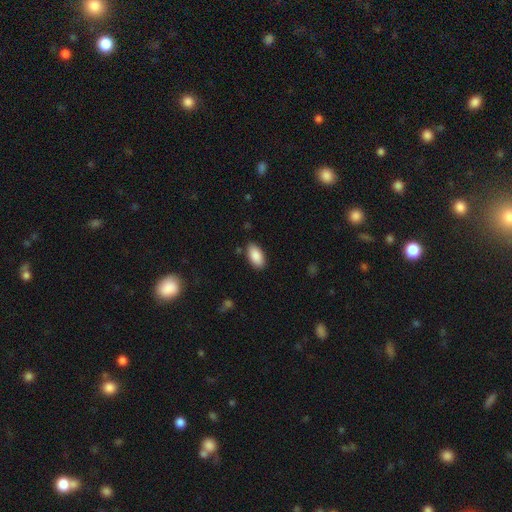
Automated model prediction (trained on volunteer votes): smooth 89%, star or artifact 6%, featured or disk 4%. Down the decision tree: how rounded — in between (94%); merging — none (85%).